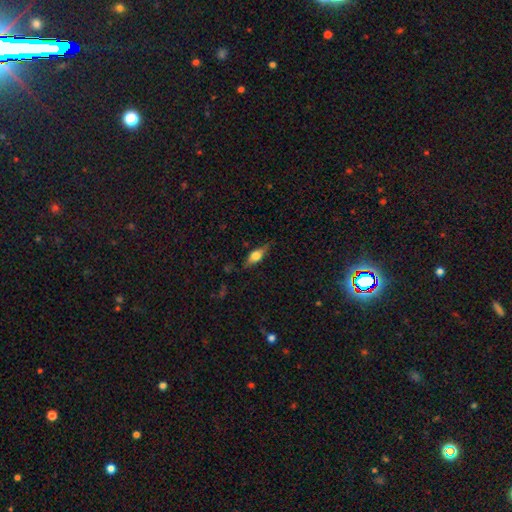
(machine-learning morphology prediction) A featured or disk galaxy (52%) viewed edge-on (93%).

Vote fractions:
- Smooth or featured? featured or disk: 52% / smooth: 41% / star or artifact: 8%
- Edge-on disk? yes: 93% / no: 7%
- Merging? none: 79% / minor disturbance: 15% / major disturbance: 4% / merger: 1%